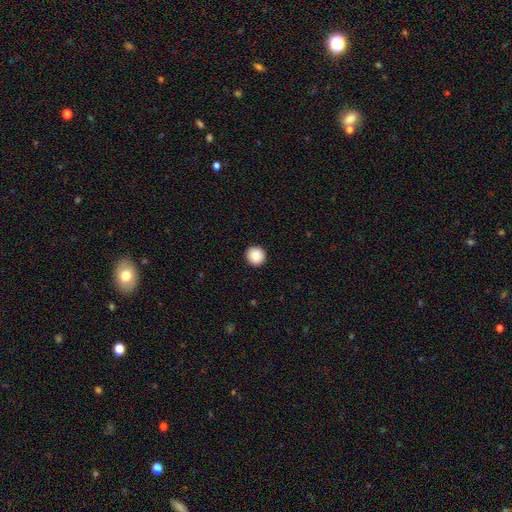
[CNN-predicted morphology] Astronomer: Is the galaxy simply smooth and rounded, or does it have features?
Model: smooth — 88%.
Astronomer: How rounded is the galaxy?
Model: round — 94%.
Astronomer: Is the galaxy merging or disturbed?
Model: none — 93%.